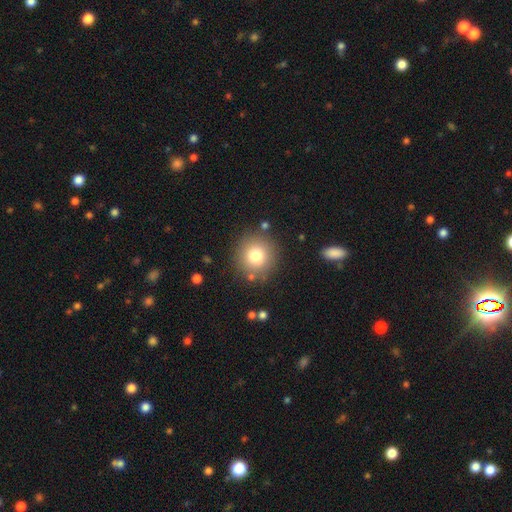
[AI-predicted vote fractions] Smooth or featured?
  - smooth: 77% *
  - star or artifact: 12%
  - featured or disk: 11%
How rounded?
  - round: 94% *
  - in between: 5%
  - cigar-shaped: 1%
Merging?
  - none: 84% *
  - minor disturbance: 9%
  - merger: 4%
  - major disturbance: 3%